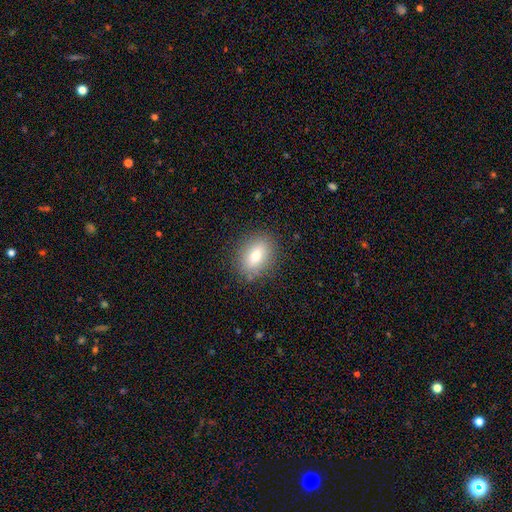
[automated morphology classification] This is likely a smooth galaxy (78%). How rounded: likely in between (74%). Merging: clearly none (86%).